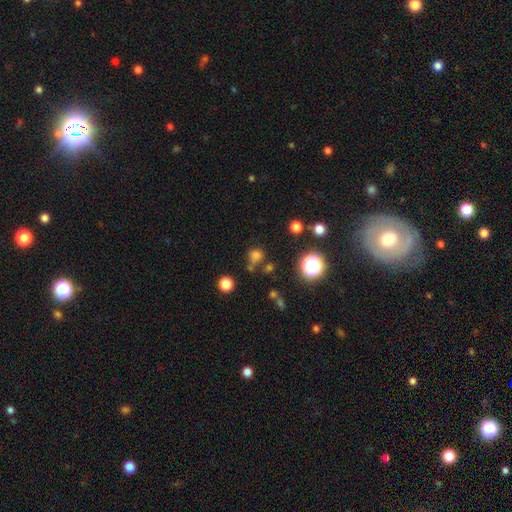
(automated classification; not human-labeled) Smooth or featured? smooth (68%)
How rounded? round (78%)
Merging? none (57%)